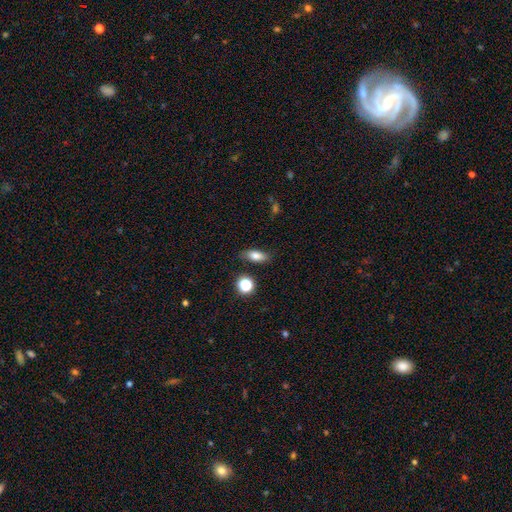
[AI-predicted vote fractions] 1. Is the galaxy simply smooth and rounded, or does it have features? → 78% smooth, 11% featured or disk, 11% star or artifact.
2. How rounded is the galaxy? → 74% in between, 18% cigar-shaped, 8% round.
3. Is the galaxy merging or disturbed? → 81% none, 12% minor disturbance, 3% major disturbance, 3% merger.